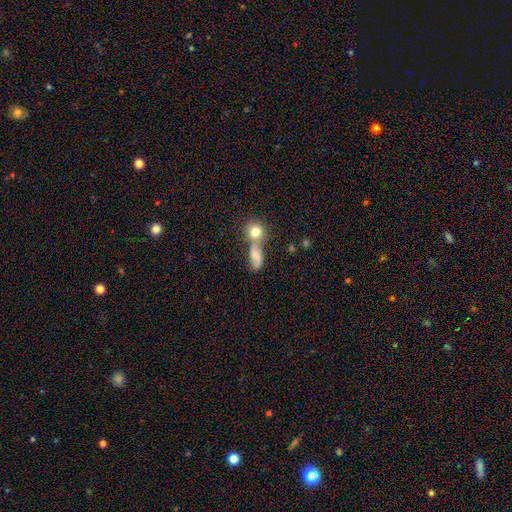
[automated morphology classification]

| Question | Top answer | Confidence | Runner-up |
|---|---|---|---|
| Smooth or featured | smooth | 57% | featured or disk (31%) |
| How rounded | in between | 60% | round (30%) |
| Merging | merger | 43% | none (35%) |